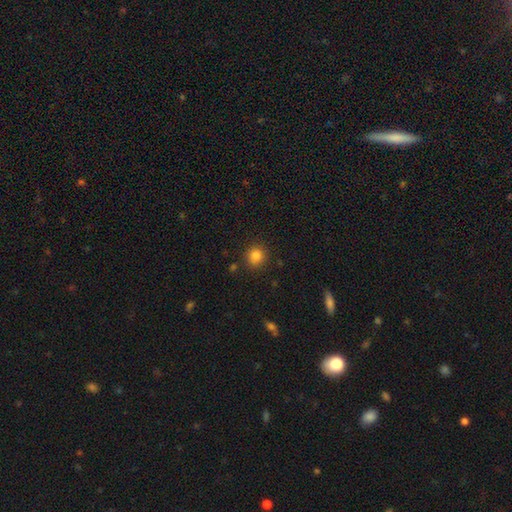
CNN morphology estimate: This is clearly a smooth galaxy (83%). How rounded: clearly round (90%). Merging: clearly none (87%).